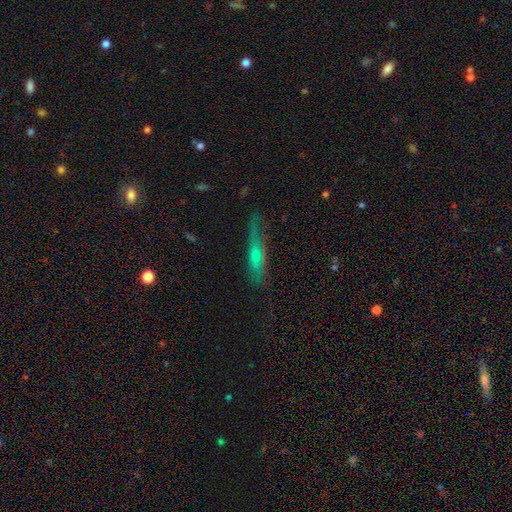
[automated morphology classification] Smooth or featured: featured or disk — 47% (smooth — 39%)
Merging: none — 63% (minor disturbance — 24%)